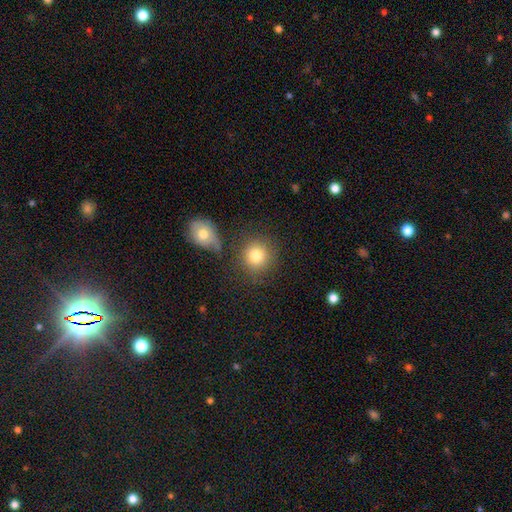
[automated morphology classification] Smooth or featured? Predicted: smooth (p=0.79). How rounded? Predicted: round (p=0.88). Merging? Predicted: none (p=0.74).